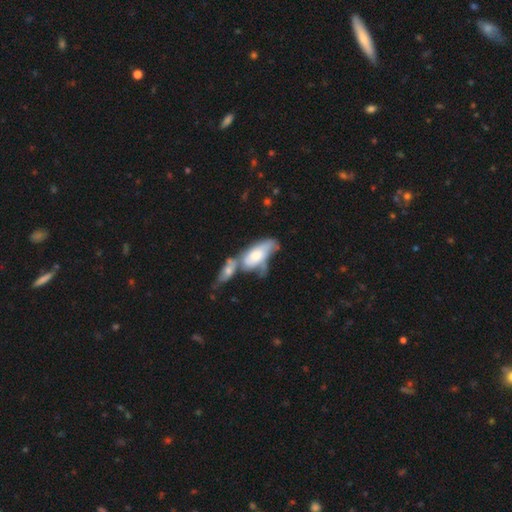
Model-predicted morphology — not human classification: Smooth or featured? smooth (51%)
How rounded? in between (82%)
Merging? merger (58%)